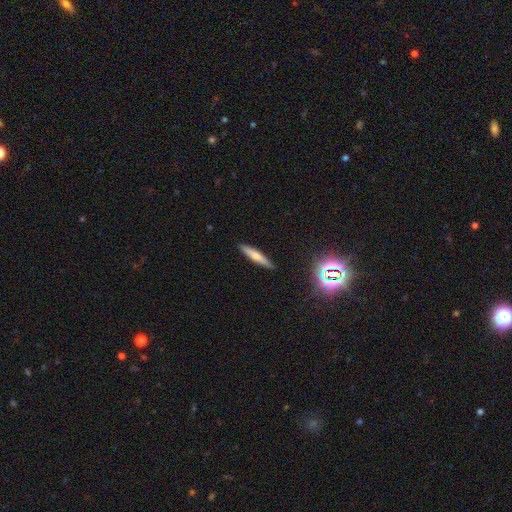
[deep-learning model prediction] Smooth or featured? Predicted: smooth (p=0.61). How rounded? Predicted: cigar-shaped (p=0.89). Merging? Predicted: none (p=0.90).